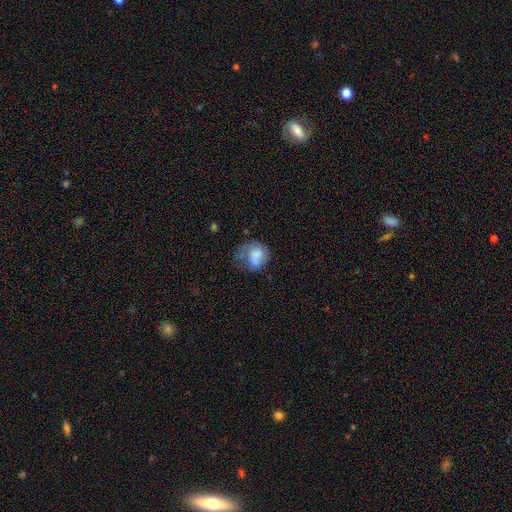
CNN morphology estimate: Smooth or featured: smooth — 63% (featured or disk — 28%)
How rounded: round — 64% (in between — 35%)
Merging: major disturbance — 34% (none — 31%)